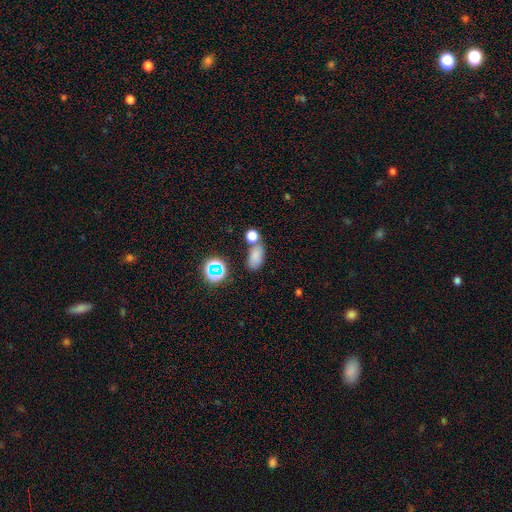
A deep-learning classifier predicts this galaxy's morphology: smooth 74%, star or artifact 18%, featured or disk 8%. Down the decision tree: how rounded — in between (85%); merging — none (61%).